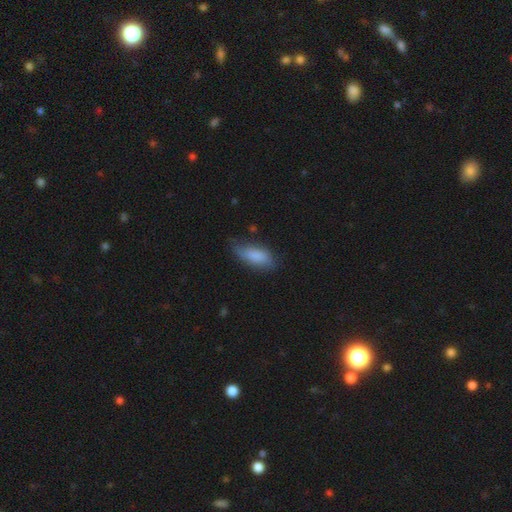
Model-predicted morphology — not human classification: A smooth galaxy with no disk features (83%) that is in between round and cigar-shaped (79%). Merging: none (61%).